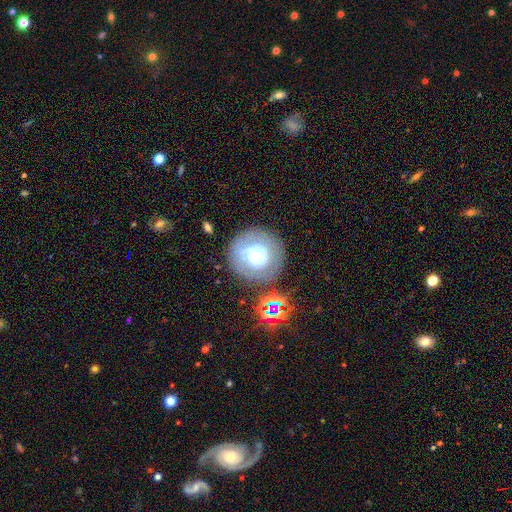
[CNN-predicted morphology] type=featured or disk (48%); merging=none (65%).